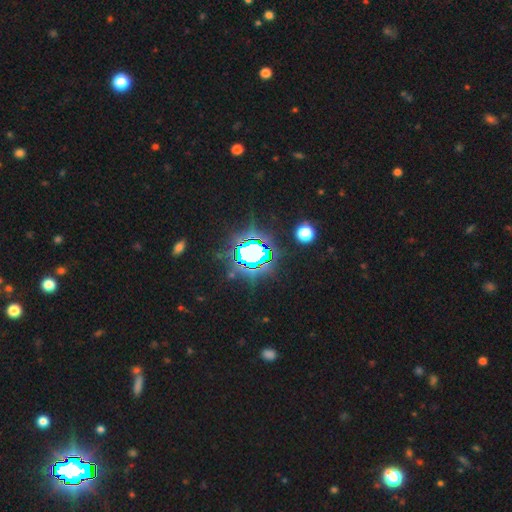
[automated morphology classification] A star or artifact, not a galaxy (74%).